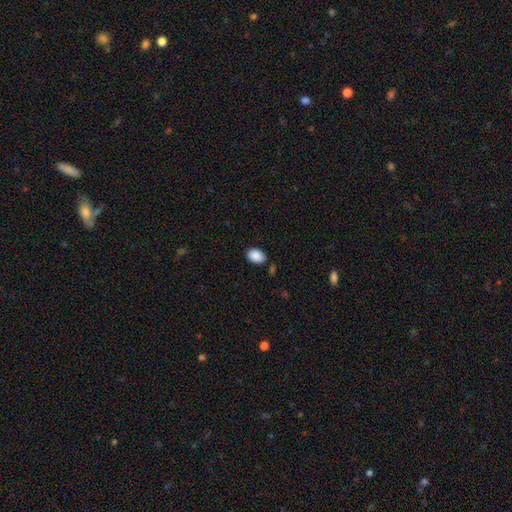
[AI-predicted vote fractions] smooth_or_featured: smooth (p=0.89) [alt: star or artifact p=0.08]
how_rounded: in between (p=0.79) [alt: round p=0.20]
merging: none (p=0.79) [alt: minor disturbance p=0.14]